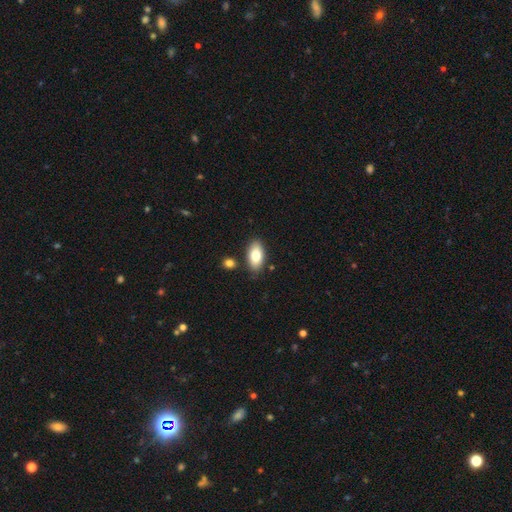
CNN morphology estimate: smooth 80%, featured or disk 13%, star or artifact 7%. Down the decision tree: how rounded — in between (93%); merging — none (83%).